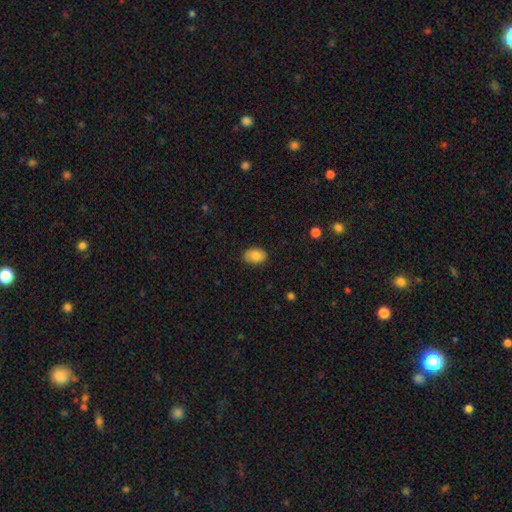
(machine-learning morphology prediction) This is clearly a smooth galaxy (84%). How rounded: clearly in between (82%). Merging: clearly none (81%).